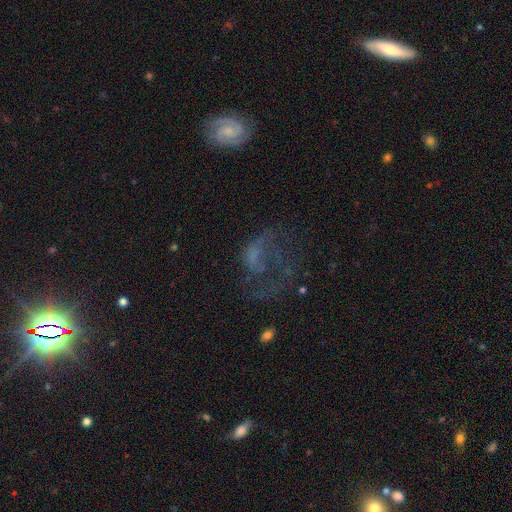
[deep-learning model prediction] Smooth or featured?
  - featured or disk: 53% *
  - smooth: 26%
  - star or artifact: 21%
Edge-on disk?
  - no: 97% *
  - yes: 3%
Bar?
  - no: 82% *
  - weak: 14%
  - strong: 4%
Spiral arms?
  - no: 66% *
  - yes: 34%
Bulge size?
  - none: 67% *
  - small: 18%
  - moderate: 10%
  - large: 3%
  - dominant: 2%
Merging?
  - major disturbance: 53% *
  - none: 29%
  - minor disturbance: 14%
  - merger: 5%